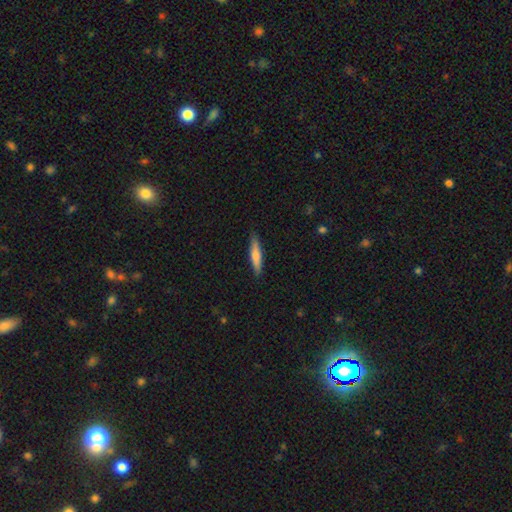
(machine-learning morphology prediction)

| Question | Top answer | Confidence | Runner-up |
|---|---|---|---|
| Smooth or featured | smooth | 66% | featured or disk (29%) |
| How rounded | cigar-shaped | 85% | in between (13%) |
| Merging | none | 88% | minor disturbance (9%) |